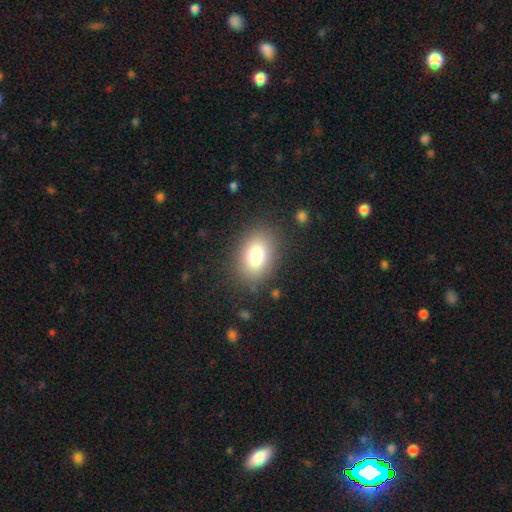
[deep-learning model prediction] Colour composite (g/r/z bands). It shows a smooth galaxy with no disk features (78%) that is in between round and cigar-shaped (74%). Merging: none (84%).